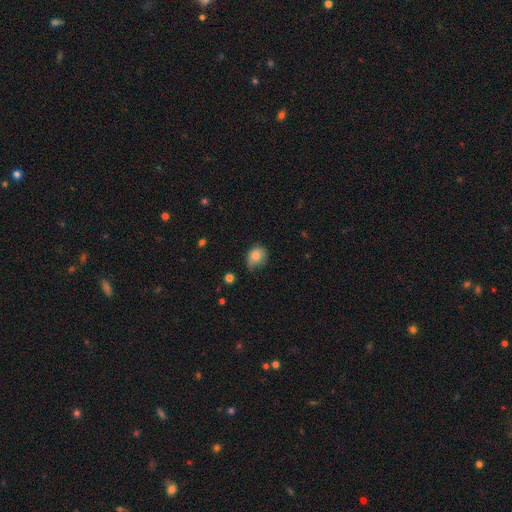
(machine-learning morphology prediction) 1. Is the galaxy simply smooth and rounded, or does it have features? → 79% smooth, 11% featured or disk, 9% star or artifact.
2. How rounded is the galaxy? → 50% round, 49% in between, 1% cigar-shaped.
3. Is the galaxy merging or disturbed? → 49% none, 39% minor disturbance, 11% major disturbance, 2% merger.